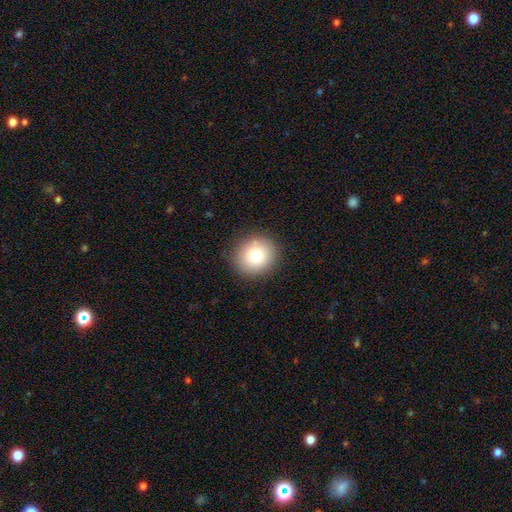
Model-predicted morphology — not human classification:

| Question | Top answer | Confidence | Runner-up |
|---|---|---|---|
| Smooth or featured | smooth | 79% | featured or disk (11%) |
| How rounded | round | 83% | in between (16%) |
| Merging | none | 88% | minor disturbance (8%) |